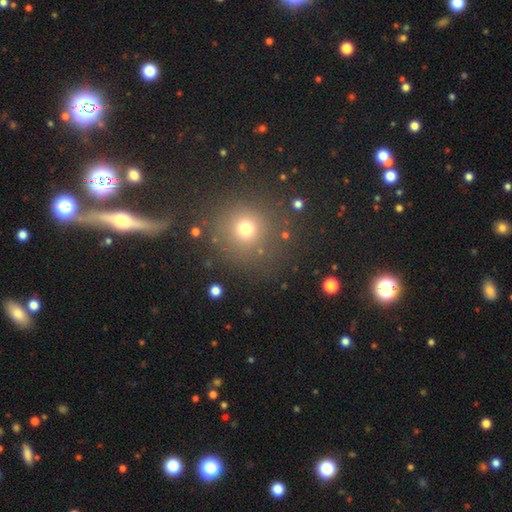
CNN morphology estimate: The model was most divided on "smooth or featured": smooth: 56%, star or artifact: 28%, featured or disk: 16%. More confident: how rounded — round (92%); merging — none (83%).